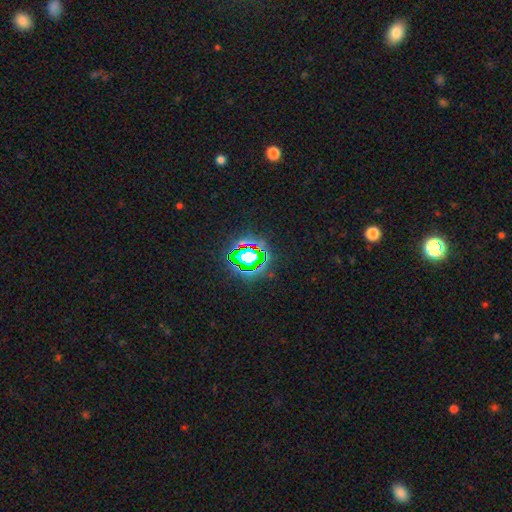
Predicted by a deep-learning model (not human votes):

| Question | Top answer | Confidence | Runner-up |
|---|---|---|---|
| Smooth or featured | star or artifact | 81% | smooth (13%) |